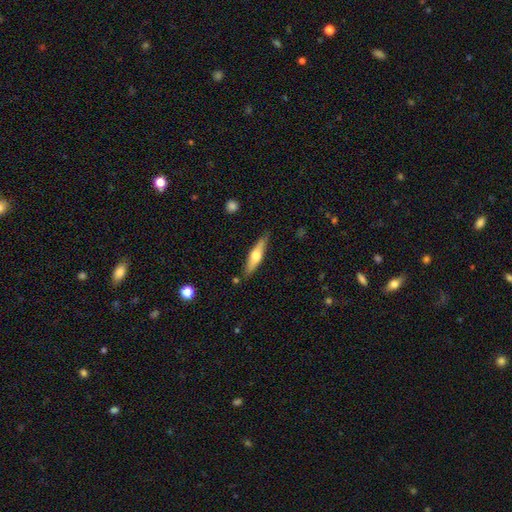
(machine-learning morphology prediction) A featured or disk galaxy (52%) viewed edge-on (93%). Merging: none (83%).